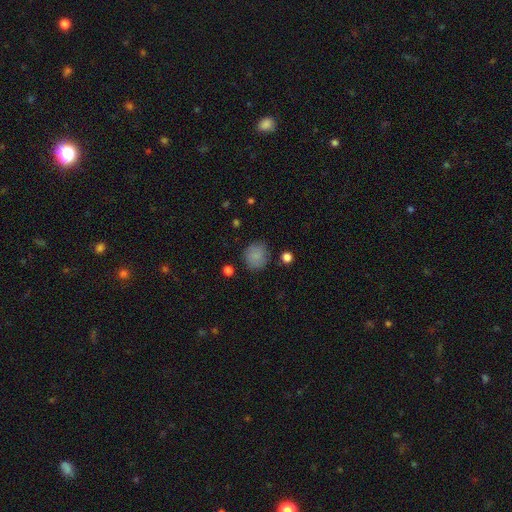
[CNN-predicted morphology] type=smooth (84%); roundness=round (84%); merging=none (81%).